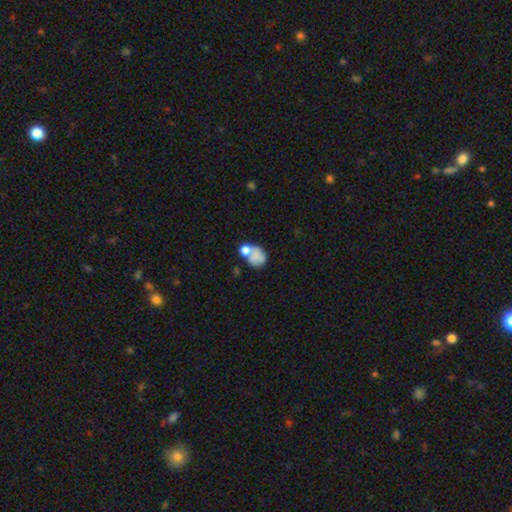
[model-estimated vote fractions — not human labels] Smooth or featured? Predicted: smooth (p=0.72). How rounded? Predicted: in between (p=0.57). Merging? Predicted: merger (p=0.42).